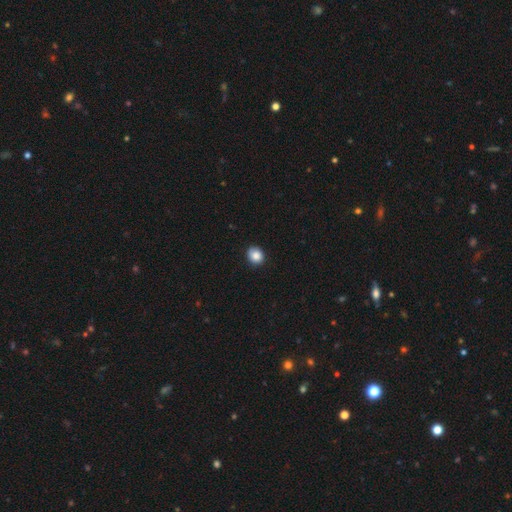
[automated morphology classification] Overall: smooth (86%). How rounded: round (73%). Merging: none (85%).